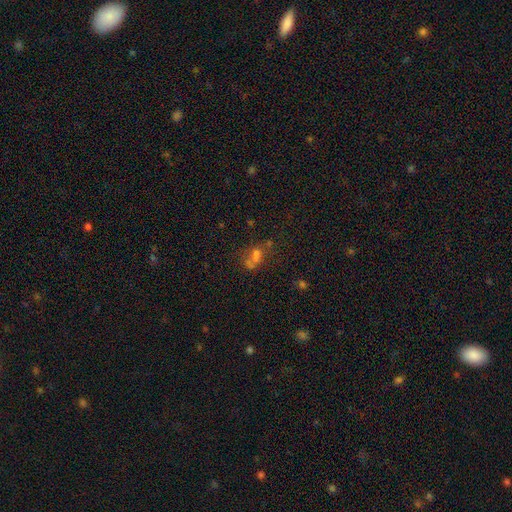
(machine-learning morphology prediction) A smooth galaxy with no disk features (45%).

Vote fractions:
- Smooth or featured? smooth: 45% / star or artifact: 32% / featured or disk: 23%
- Merging? merger: 39% / none: 38% / major disturbance: 12% / minor disturbance: 12%